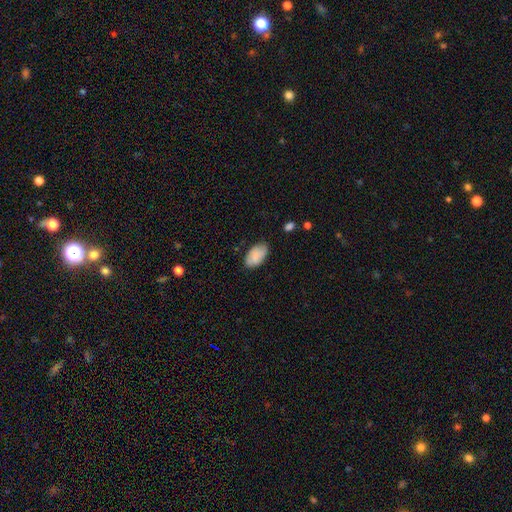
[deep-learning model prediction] smooth-or-featured: smooth: 79% | featured or disk: 14% | star or artifact: 7%
  how-rounded: in between: 94% | round: 5% | cigar-shaped: 1%
  merging: none: 73% | minor disturbance: 21% | major disturbance: 4% | merger: 2%